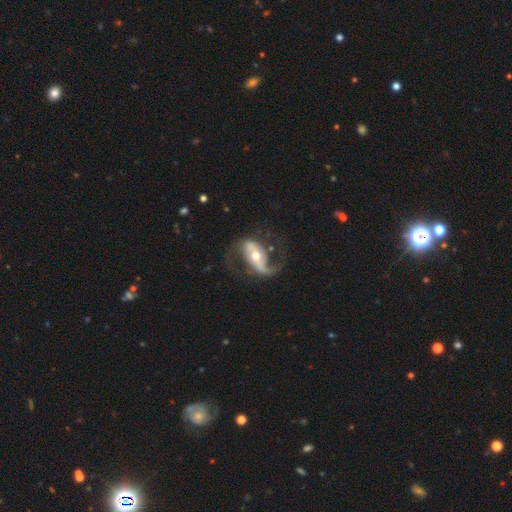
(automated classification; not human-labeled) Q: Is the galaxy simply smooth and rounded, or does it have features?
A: featured or disk — 86%.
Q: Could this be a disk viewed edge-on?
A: no — 95%.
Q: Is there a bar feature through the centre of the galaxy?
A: strong — 44%.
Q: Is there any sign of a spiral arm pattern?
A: yes — 94%.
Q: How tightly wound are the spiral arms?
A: loose — 58%.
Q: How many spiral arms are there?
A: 2 — 86%.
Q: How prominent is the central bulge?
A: moderate — 62%.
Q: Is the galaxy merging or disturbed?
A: none — 64%.